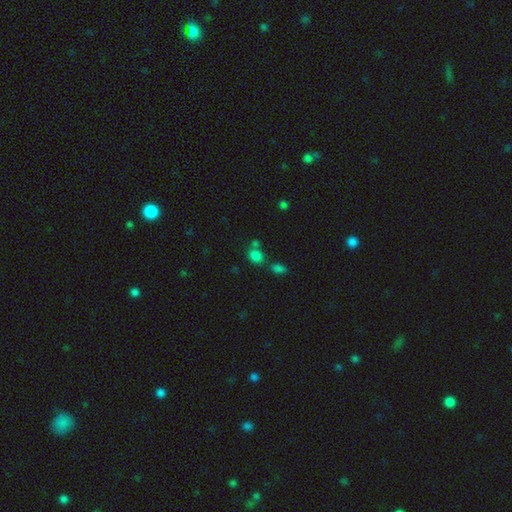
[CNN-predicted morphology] Smooth or featured? Predicted: smooth (p=0.78). How rounded? Predicted: round (p=0.57). Merging? Predicted: none (p=0.56).